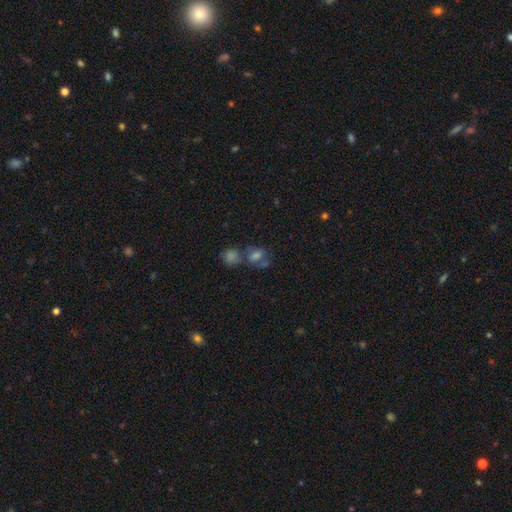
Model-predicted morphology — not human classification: Smooth or featured? smooth (40%)
Merging? none (46%)